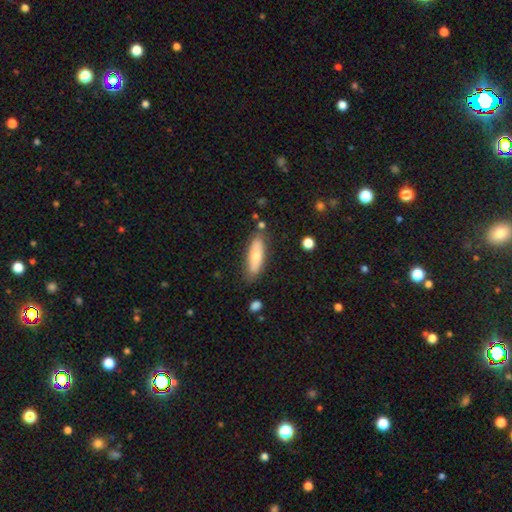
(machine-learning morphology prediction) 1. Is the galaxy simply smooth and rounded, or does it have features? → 61% smooth, 32% featured or disk, 6% star or artifact.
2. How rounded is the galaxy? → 55% in between, 43% cigar-shaped, 2% round.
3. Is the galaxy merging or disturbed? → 79% none, 15% minor disturbance, 3% merger, 3% major disturbance.